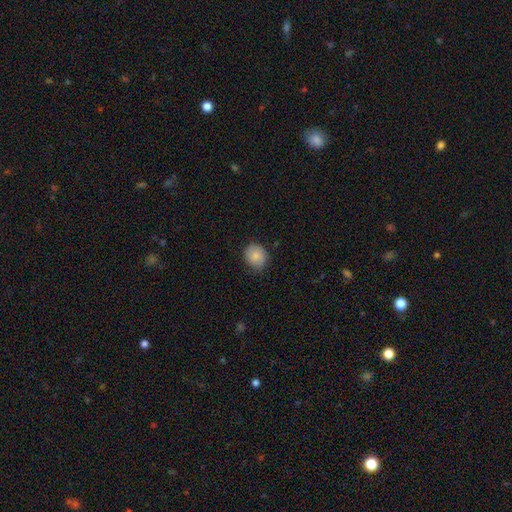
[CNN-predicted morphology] The model was most divided on "how rounded": round: 73%, in between: 27%, cigar-shaped: 1%. More confident: smooth or featured — smooth (80%); merging — none (76%).